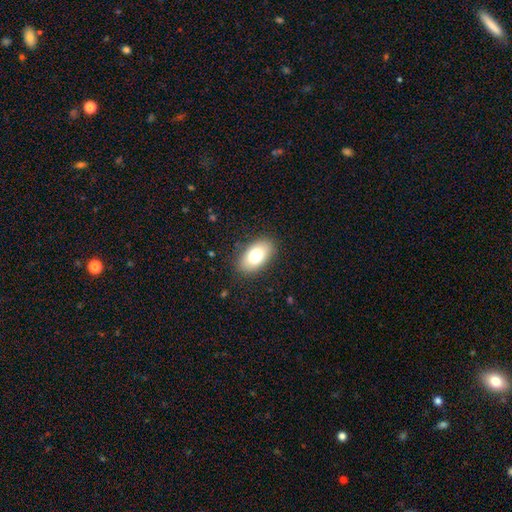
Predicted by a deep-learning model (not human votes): Q: Smooth or featured?
A: smooth (78%); runner-up: featured or disk (14%)
Q: How rounded?
A: in between (93%); runner-up: round (5%)
Q: Merging?
A: none (86%); runner-up: minor disturbance (10%)